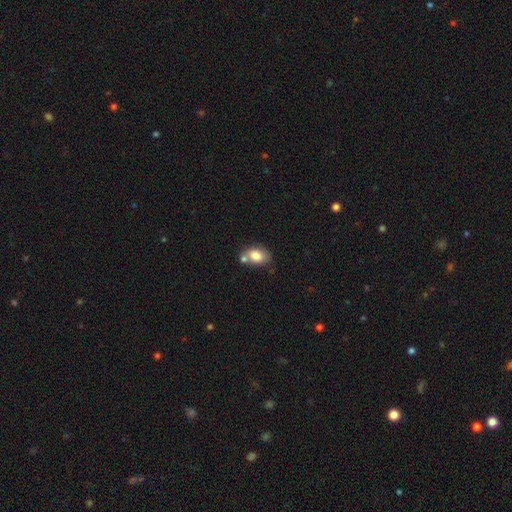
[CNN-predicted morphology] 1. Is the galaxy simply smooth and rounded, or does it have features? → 80% smooth, 12% featured or disk, 8% star or artifact.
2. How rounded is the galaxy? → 81% in between, 18% round, 1% cigar-shaped.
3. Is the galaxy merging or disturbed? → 48% none, 31% merger, 16% minor disturbance, 5% major disturbance.